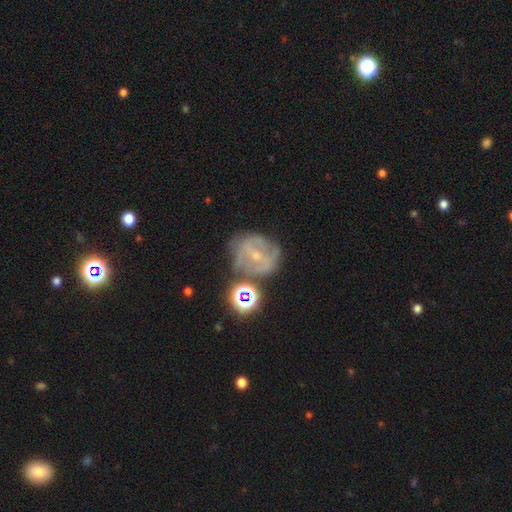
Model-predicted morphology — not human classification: Overall: featured or disk (64%). Edge-on disk: no (96%). Bar: weak (42%; no 30%). Spiral arms: yes (73%). Bulge size: small (71%). Merging: none (59%; minor disturbance 20%).